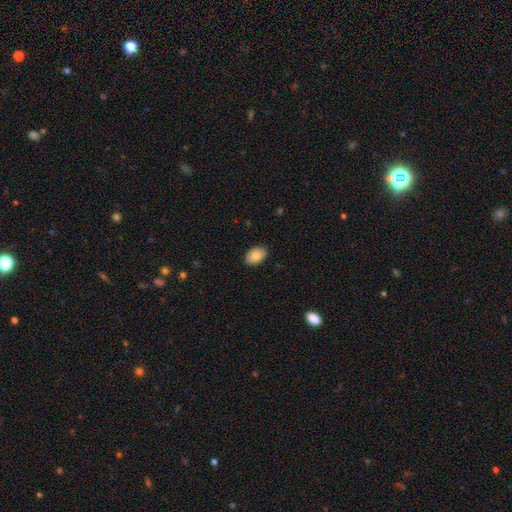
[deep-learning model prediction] Q: Smooth or featured?
A: smooth (83%); runner-up: featured or disk (10%)
Q: How rounded?
A: in between (87%); runner-up: round (12%)
Q: Merging?
A: none (88%); runner-up: minor disturbance (9%)